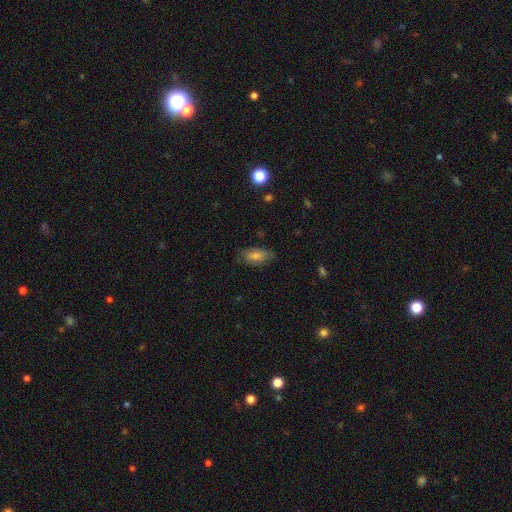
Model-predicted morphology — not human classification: A smooth galaxy with no disk features (68%) that is in between round and cigar-shaped (84%). Merging: none (76%).